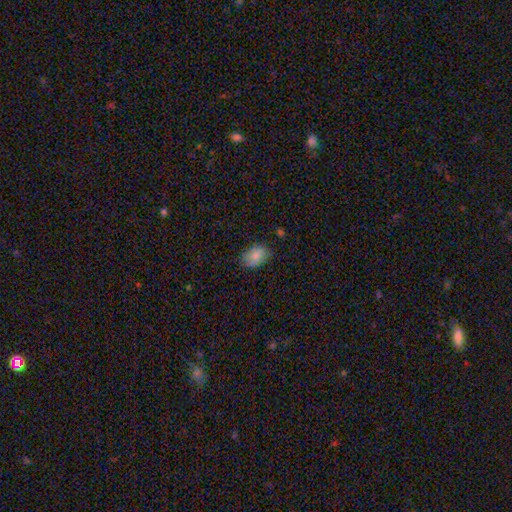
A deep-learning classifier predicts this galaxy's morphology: This appears to be a smooth galaxy with no disk features (84%) that is in between round and cigar-shaped (85%). Merging: none (75%).